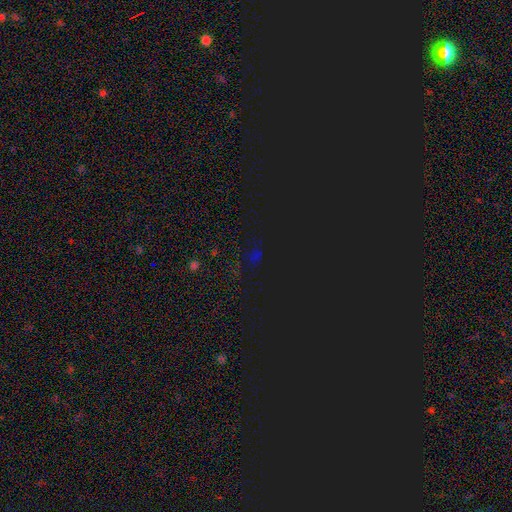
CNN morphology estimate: A star or artifact, not a galaxy (75%).

Vote fractions:
- Smooth or featured? star or artifact: 75% / smooth: 18% / featured or disk: 7%